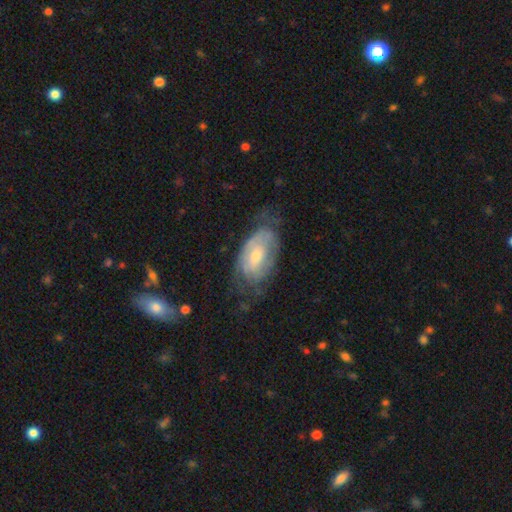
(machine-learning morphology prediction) smooth_or_featured: featured or disk (p=0.61) [alt: smooth p=0.32]
disk_edge_on: no (p=0.92) [alt: yes p=0.08]
bar: no (p=0.56) [alt: weak p=0.36]
has_spiral_arms: yes (p=0.70) [alt: no p=0.30]
bulge_size: moderate (p=0.54) [alt: small p=0.37]
merging: none (p=0.52) [alt: minor disturbance p=0.29]